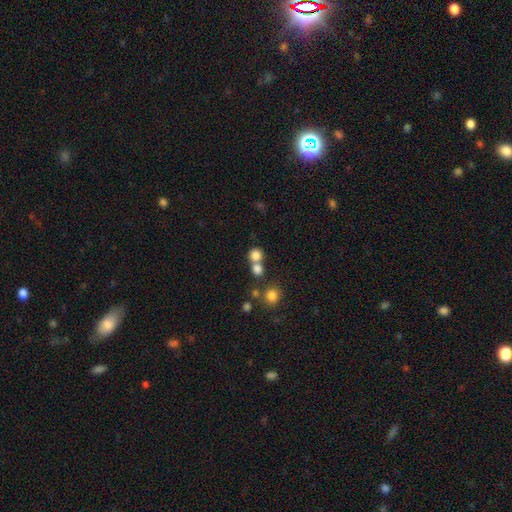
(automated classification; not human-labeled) A smooth galaxy with no disk features (79%) that is round (88%). Merging: none (51%).